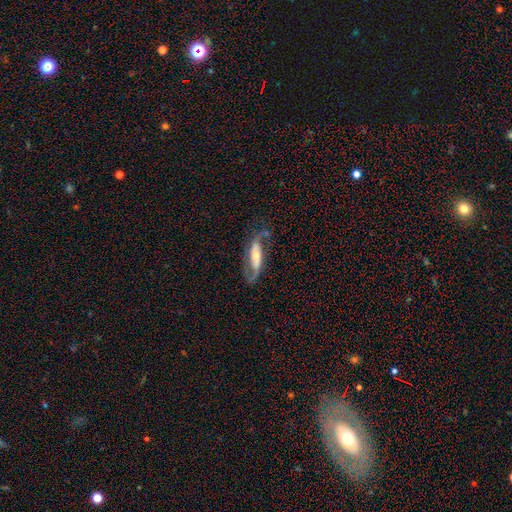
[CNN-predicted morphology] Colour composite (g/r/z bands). It shows a featured or disk galaxy (77%) with a strong bar (40%), 2 (85%) loose (53%) spiral arms (91%) and a small central bulge (44%). Merging: none (60%).